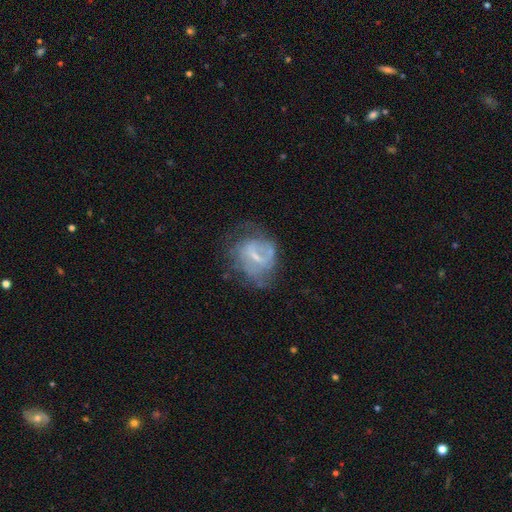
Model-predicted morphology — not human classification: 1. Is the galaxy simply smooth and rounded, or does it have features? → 63% featured or disk, 27% smooth, 10% star or artifact.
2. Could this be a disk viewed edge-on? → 97% no, 3% yes.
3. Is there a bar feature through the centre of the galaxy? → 52% weak, 28% no, 19% strong.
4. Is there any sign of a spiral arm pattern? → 55% yes, 45% no.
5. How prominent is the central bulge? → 54% small, 24% moderate, 19% none, 2% large, 1% dominant.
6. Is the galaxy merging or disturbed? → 46% none, 26% major disturbance, 25% minor disturbance, 3% merger.